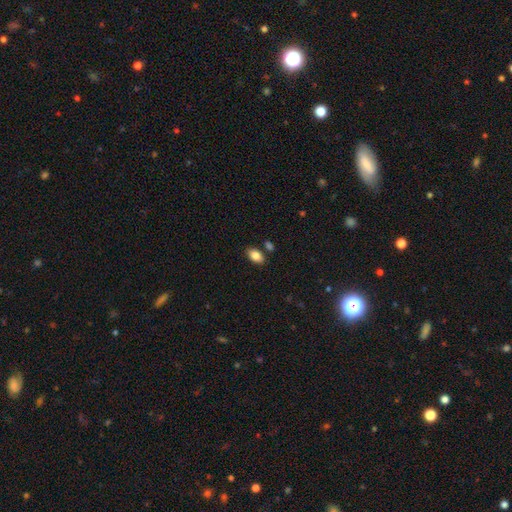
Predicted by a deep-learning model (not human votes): Smooth or featured? smooth (85%)
How rounded? in between (91%)
Merging? none (82%)